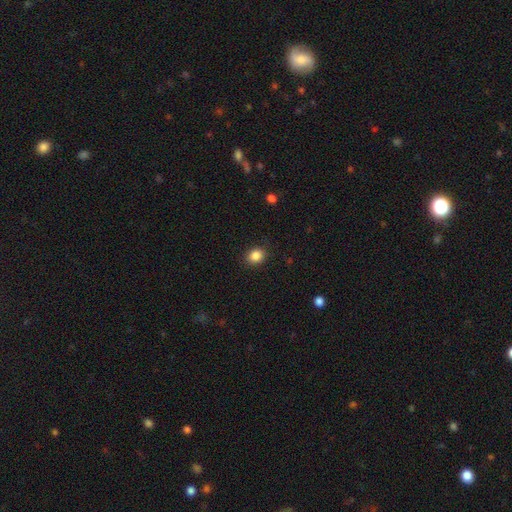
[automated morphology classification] smooth-or-featured: smooth: 86% | star or artifact: 10% | featured or disk: 4%
  how-rounded: round: 55% | in between: 44% | cigar-shaped: 1%
  merging: none: 88% | minor disturbance: 9% | major disturbance: 2% | merger: 1%